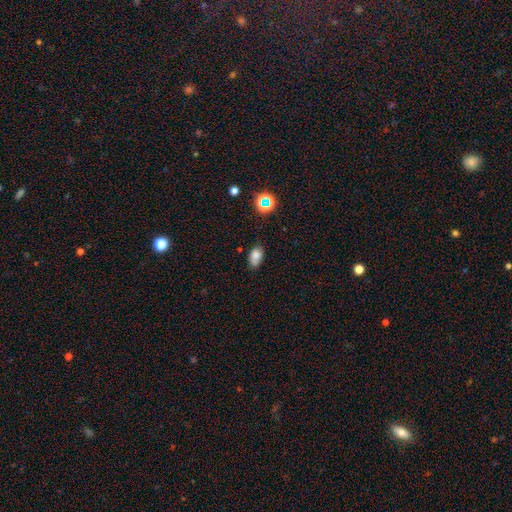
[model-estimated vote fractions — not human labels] A smooth galaxy with no disk features (76%) that is in between round and cigar-shaped (87%). Merging: none (66%).